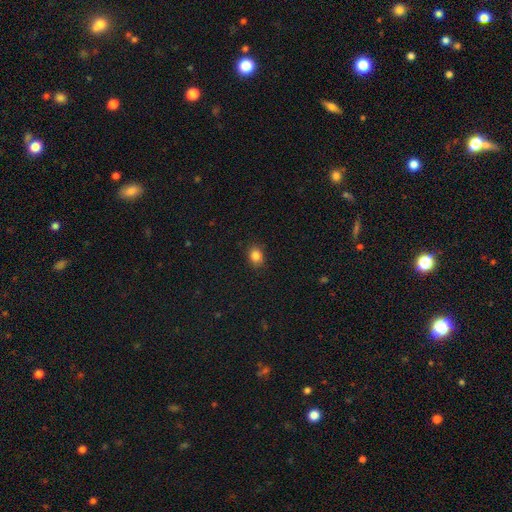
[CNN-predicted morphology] Smooth or featured: smooth — 84% (star or artifact — 11%)
How rounded: round — 51% (in between — 48%)
Merging: none — 86% (minor disturbance — 10%)